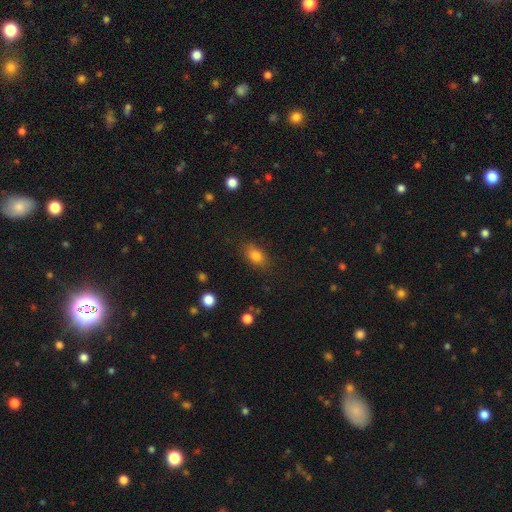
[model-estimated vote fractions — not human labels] smooth_or_featured: smooth (p=0.82) [alt: star or artifact p=0.10]
how_rounded: in between (p=0.83) [alt: round p=0.13]
merging: none (p=0.82) [alt: minor disturbance p=0.13]